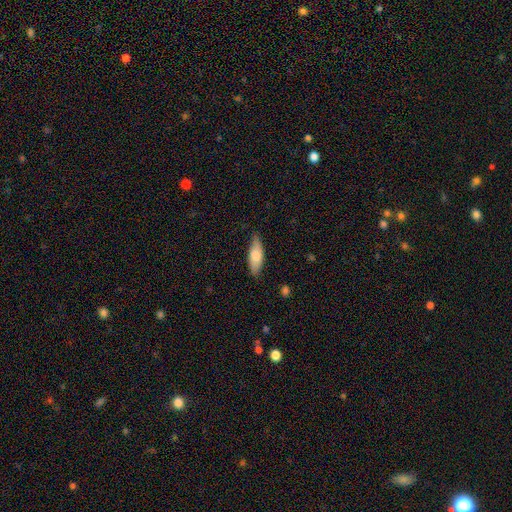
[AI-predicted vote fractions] A smooth galaxy with no disk features (79%) that is in between round and cigar-shaped (68%).

Vote fractions:
- Smooth or featured? smooth: 79% / featured or disk: 16% / star or artifact: 6%
- How rounded? in between: 68% / cigar-shaped: 31% / round: 2%
- Merging? none: 76% / minor disturbance: 19% / major disturbance: 3% / merger: 1%